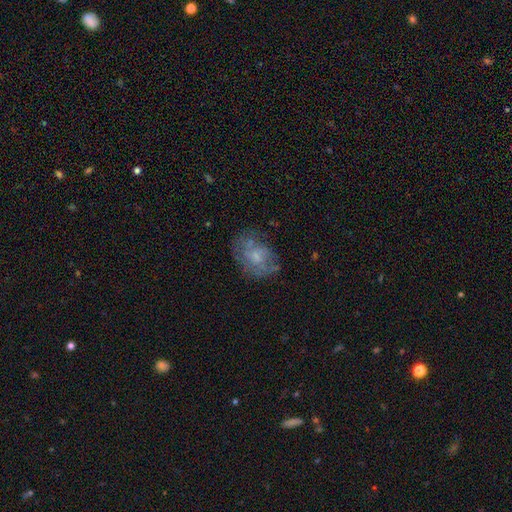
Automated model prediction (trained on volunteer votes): featured or disk 53%, smooth 37%, star or artifact 10%. Down the decision tree: edge-on disk — no (97%); bar — no (76%); spiral arms — yes (51%); bulge size — small (47%); merging — none (56%).